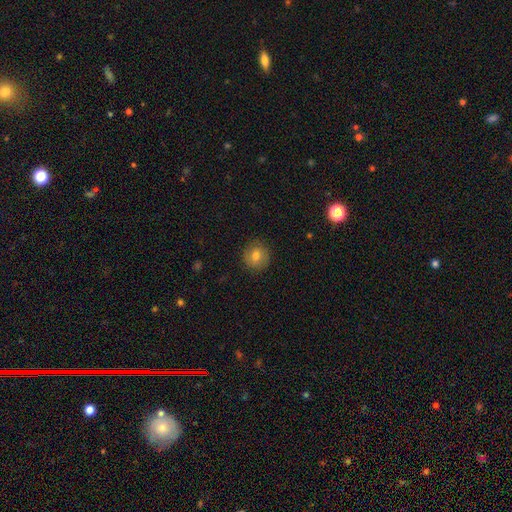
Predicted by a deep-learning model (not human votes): smooth-or-featured: smooth: 76% | featured or disk: 14% | star or artifact: 10%
  how-rounded: round: 91% | in between: 8% | cigar-shaped: 1%
  merging: none: 89% | minor disturbance: 8% | major disturbance: 2% | merger: 1%